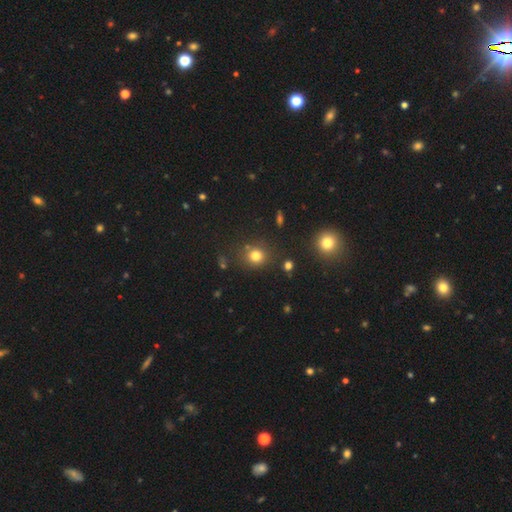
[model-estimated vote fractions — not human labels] This is likely a smooth galaxy (77%). How rounded: clearly round (84%). Merging: likely none (79%).